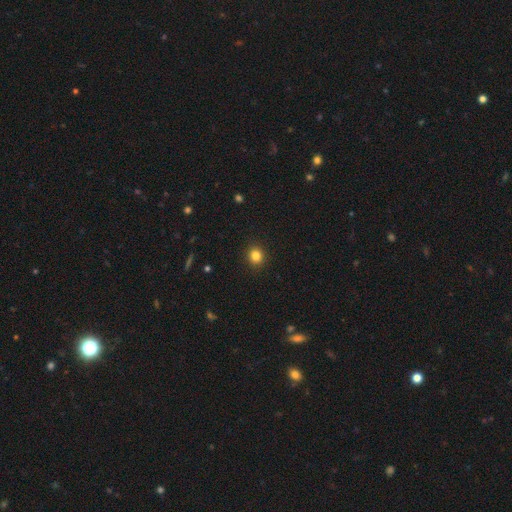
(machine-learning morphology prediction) smooth 83%, star or artifact 12%, featured or disk 5%. Down the decision tree: how rounded — round (86%); merging — none (92%).